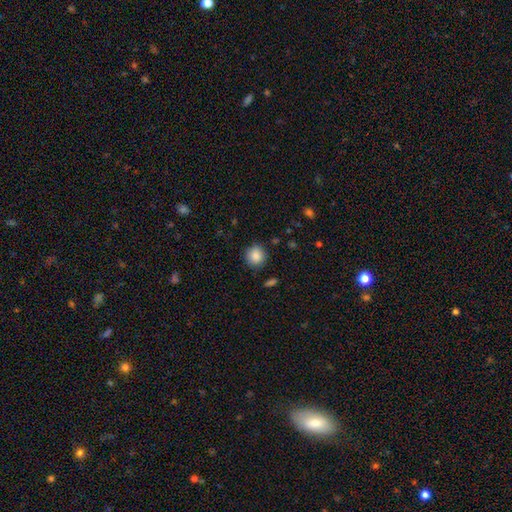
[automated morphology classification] Smooth or featured? smooth (87%)
How rounded? round (89%)
Merging? none (87%)